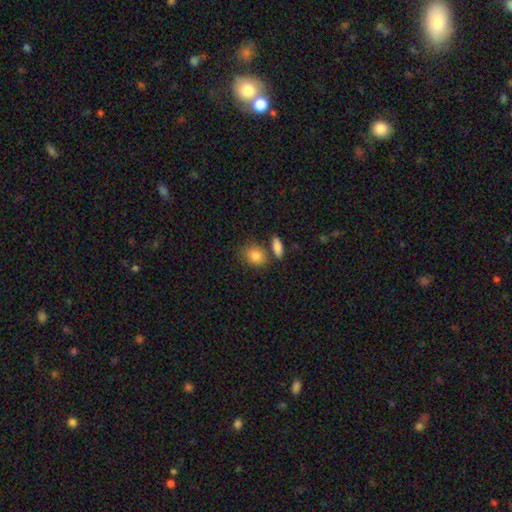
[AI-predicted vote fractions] This appears to be a smooth galaxy with no disk features (84%) that is in between round and cigar-shaped (56%). Merging: none (63%).